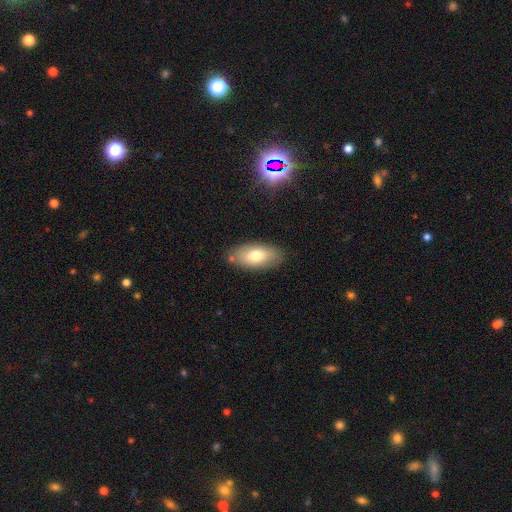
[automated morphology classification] smooth-or-featured: smooth: 73% | featured or disk: 20% | star or artifact: 7%
  how-rounded: in between: 90% | cigar-shaped: 6% | round: 3%
  merging: none: 81% | minor disturbance: 13% | major disturbance: 3% | merger: 3%